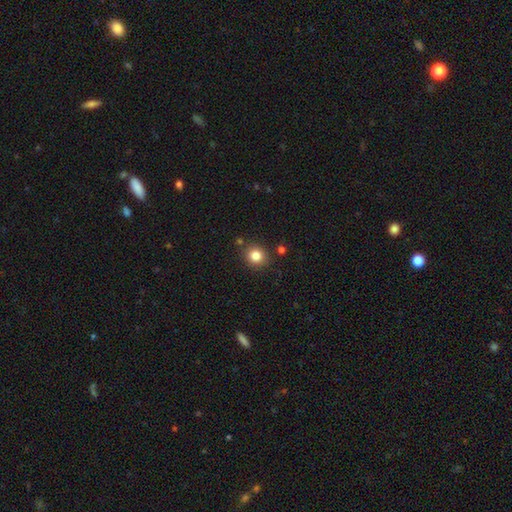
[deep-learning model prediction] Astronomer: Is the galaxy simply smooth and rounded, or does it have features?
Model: smooth — 83%.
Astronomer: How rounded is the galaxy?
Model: round — 84%.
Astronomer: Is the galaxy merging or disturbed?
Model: none — 85%.